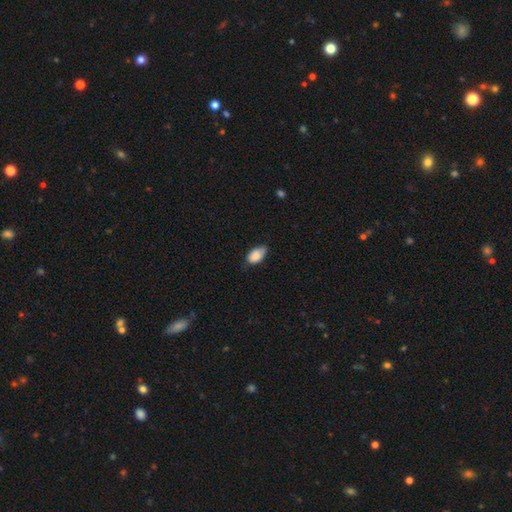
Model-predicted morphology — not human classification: The model was most divided on "merging": none: 56%, minor disturbance: 36%, major disturbance: 6%, merger: 2%. More confident: how rounded — in between (93%); smooth or featured — smooth (85%).